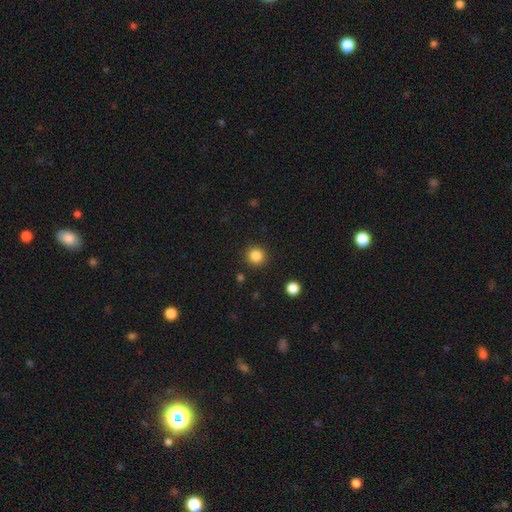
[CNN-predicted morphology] Smooth or featured: smooth — 85% (star or artifact — 11%)
How rounded: round — 94% (in between — 5%)
Merging: none — 91% (minor disturbance — 6%)